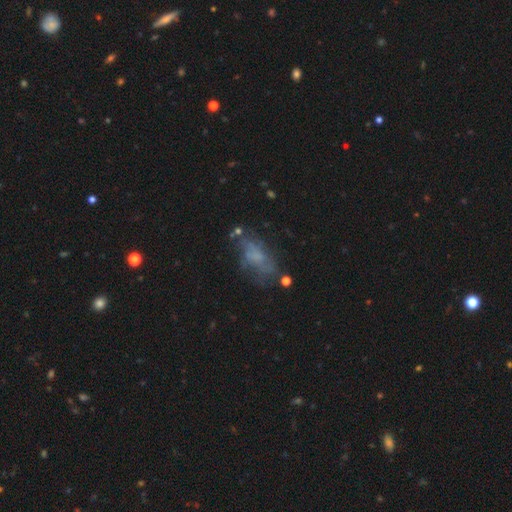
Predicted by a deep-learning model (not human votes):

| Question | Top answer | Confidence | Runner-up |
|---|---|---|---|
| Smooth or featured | featured or disk | 45% | smooth (39%) |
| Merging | none | 49% | minor disturbance (22%) |